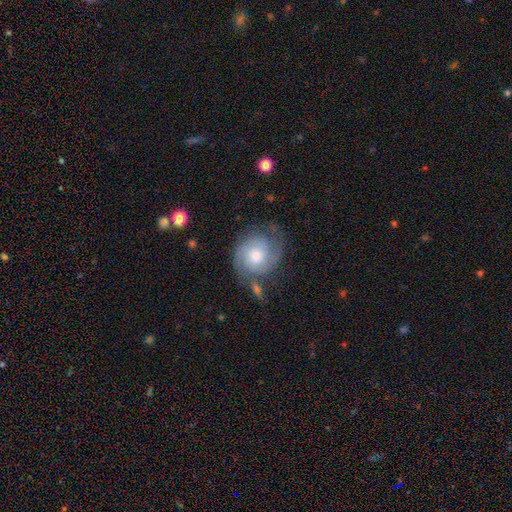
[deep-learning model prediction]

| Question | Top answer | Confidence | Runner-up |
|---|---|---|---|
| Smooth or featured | featured or disk | 75% | smooth (19%) |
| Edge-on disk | no | 97% | yes (3%) |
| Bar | no | 75% | weak (22%) |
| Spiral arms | yes | 94% | no (6%) |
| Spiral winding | tight | 57% | medium (33%) |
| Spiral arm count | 2 | 71% | can't tell (14%) |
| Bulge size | moderate | 66% | small (20%) |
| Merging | none | 67% | minor disturbance (19%) |